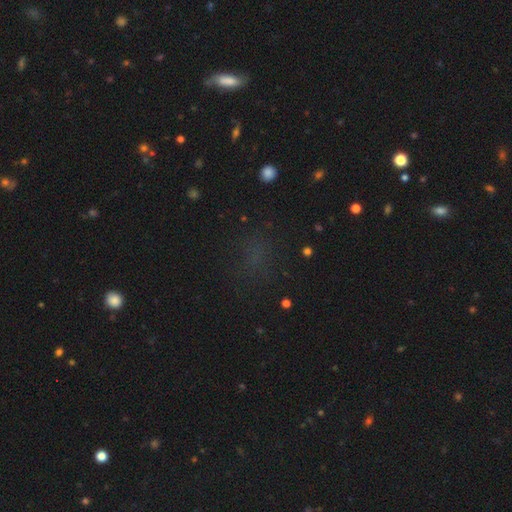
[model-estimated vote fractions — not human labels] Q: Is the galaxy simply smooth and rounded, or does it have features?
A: star or artifact — 45%.